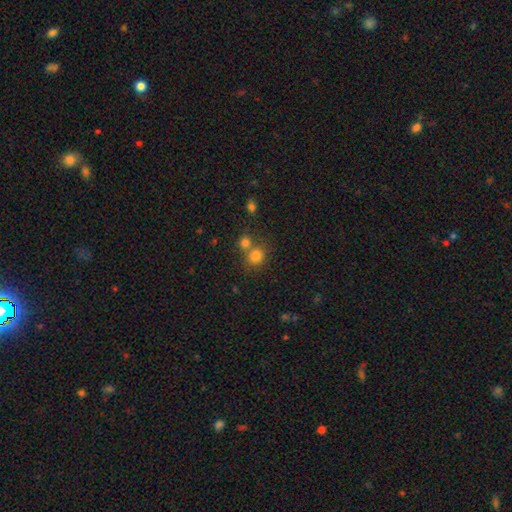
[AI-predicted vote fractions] smooth 78%, star or artifact 13%, featured or disk 8%. Down the decision tree: how rounded — round (84%); merging — none (53%).